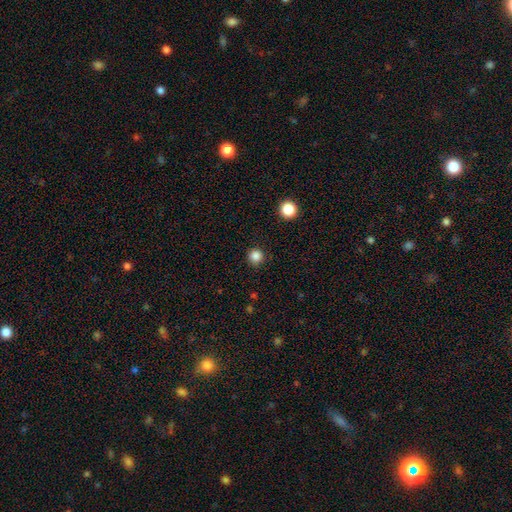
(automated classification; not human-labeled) Overall: smooth (84%). How rounded: round (95%). Merging: none (90%).